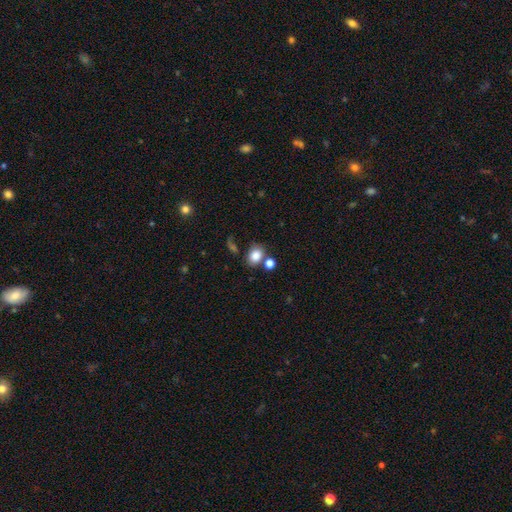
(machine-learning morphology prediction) smooth 83%, star or artifact 11%, featured or disk 6%. Down the decision tree: how rounded — in between (55%); merging — none (62%).